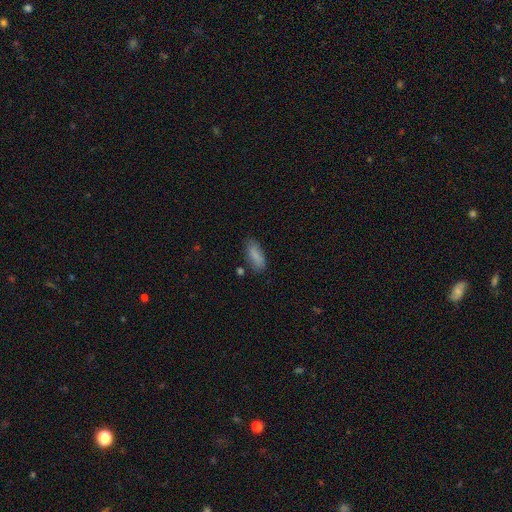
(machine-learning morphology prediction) Smooth or featured: smooth — 85% (star or artifact — 8%)
How rounded: in between — 76% (cigar-shaped — 22%)
Merging: none — 71% (minor disturbance — 20%)